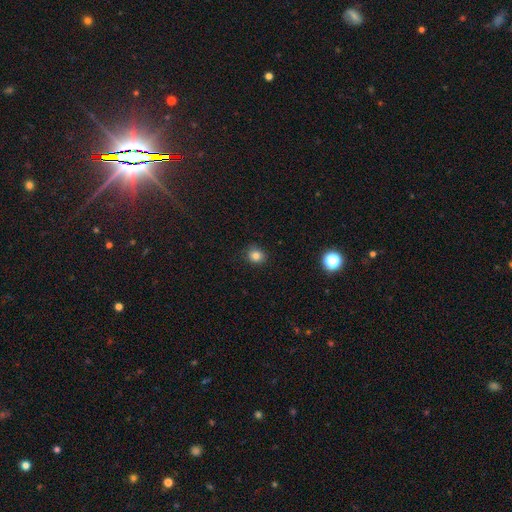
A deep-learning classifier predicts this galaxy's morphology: Q: Smooth or featured?
A: smooth (82%); runner-up: star or artifact (13%)
Q: How rounded?
A: round (79%); runner-up: in between (20%)
Q: Merging?
A: none (86%); runner-up: minor disturbance (11%)